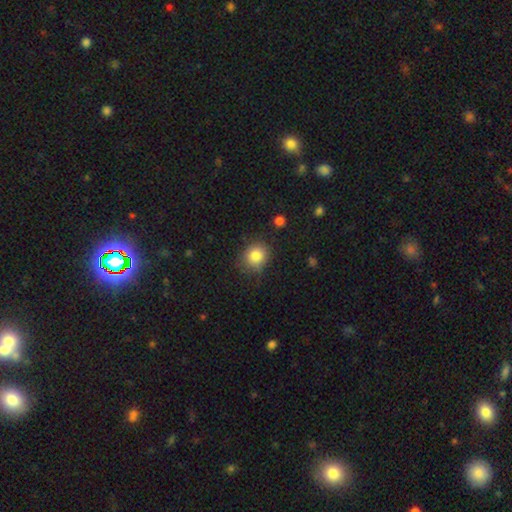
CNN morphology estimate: The model was most divided on "how rounded": round: 76%, in between: 23%, cigar-shaped: 1%. More confident: smooth or featured — smooth (83%); merging — none (79%).